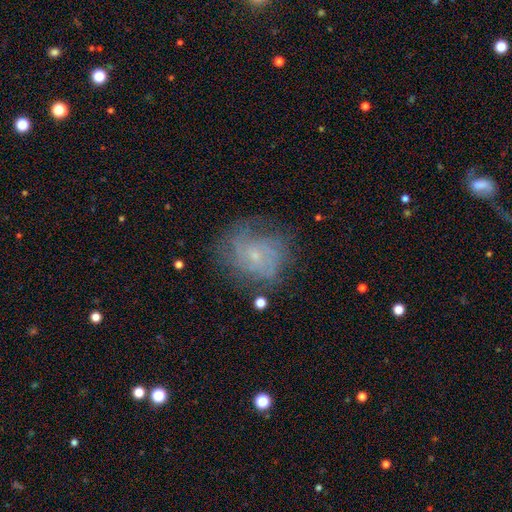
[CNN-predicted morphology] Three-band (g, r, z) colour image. It shows a featured or disk galaxy (63%) with no bar (71%), tight (46%) spiral arms (83%) and a small central bulge (78%). Merging: none (65%).